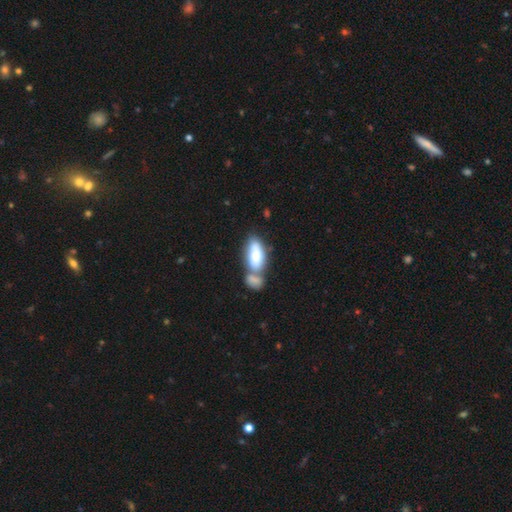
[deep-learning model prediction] Smooth or featured? smooth (73%)
How rounded? in between (85%)
Merging? merger (55%)